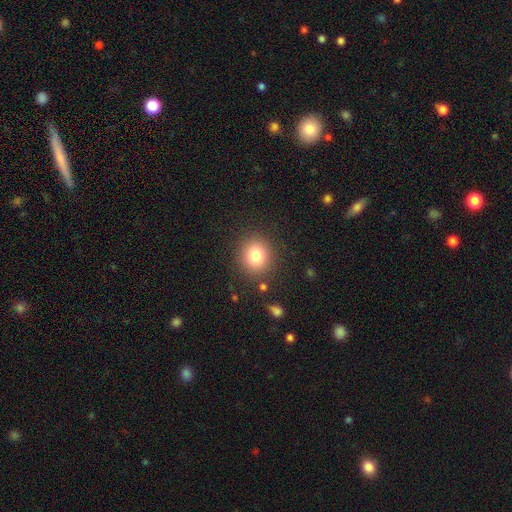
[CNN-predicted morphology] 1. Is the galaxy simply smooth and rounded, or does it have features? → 79% smooth, 12% star or artifact, 9% featured or disk.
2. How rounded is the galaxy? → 84% round, 16% in between, 1% cigar-shaped.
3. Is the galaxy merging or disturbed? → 87% none, 8% minor disturbance, 3% major disturbance, 2% merger.